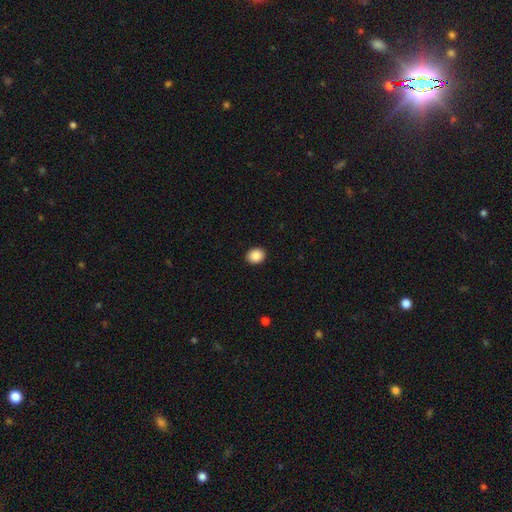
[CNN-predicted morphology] smooth-or-featured: smooth: 88% | star or artifact: 8% | featured or disk: 4%
  how-rounded: round: 59% | in between: 40% | cigar-shaped: 1%
  merging: none: 92% | minor disturbance: 5% | major disturbance: 2% | merger: 1%